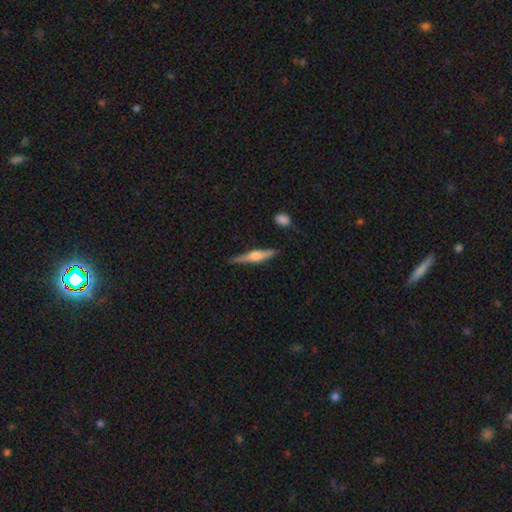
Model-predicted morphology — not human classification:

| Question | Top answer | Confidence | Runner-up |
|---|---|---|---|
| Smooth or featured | featured or disk | 62% | smooth (32%) |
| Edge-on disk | yes | 97% | no (3%) |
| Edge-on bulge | rounded | 86% | boxy (10%) |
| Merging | none | 81% | minor disturbance (13%) |